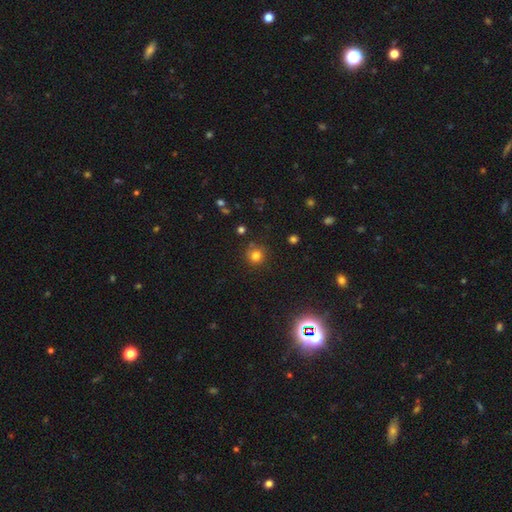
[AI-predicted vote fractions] A smooth galaxy with no disk features (79%) that is round (93%). Merging: none (82%).